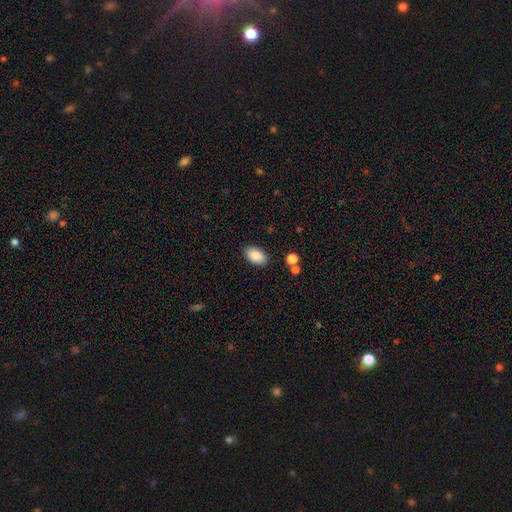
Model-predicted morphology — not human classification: smooth-or-featured: smooth: 88% | star or artifact: 7% | featured or disk: 5%
  how-rounded: in between: 93% | round: 5% | cigar-shaped: 2%
  merging: none: 87% | minor disturbance: 9% | major disturbance: 2% | merger: 2%